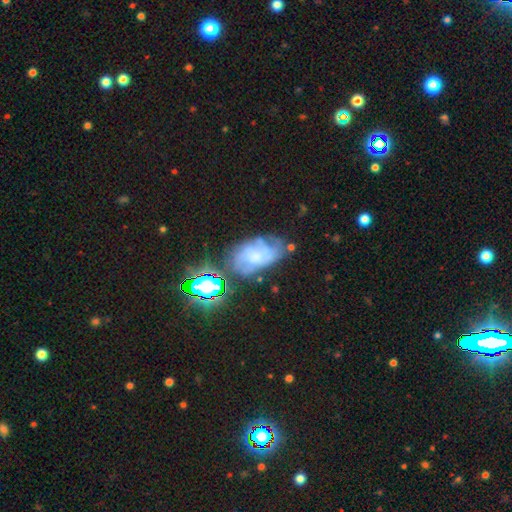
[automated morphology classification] Q: Smooth or featured?
A: featured or disk (51%); runner-up: smooth (30%)
Q: Edge-on disk?
A: no (95%); runner-up: yes (5%)
Q: Merging?
A: none (51%); runner-up: minor disturbance (26%)